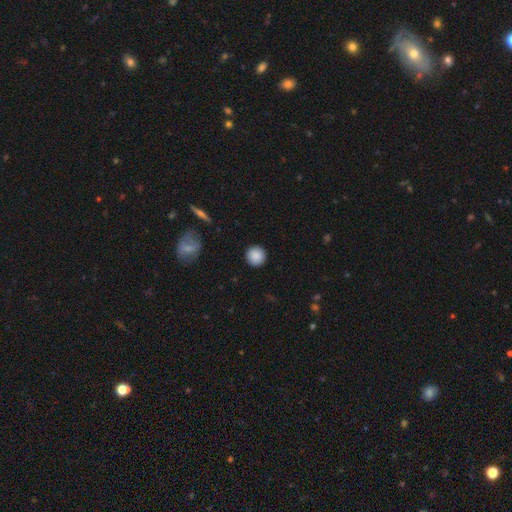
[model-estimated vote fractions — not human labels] Morphology: type=smooth (88%); roundness=round (94%); merging=none (92%).